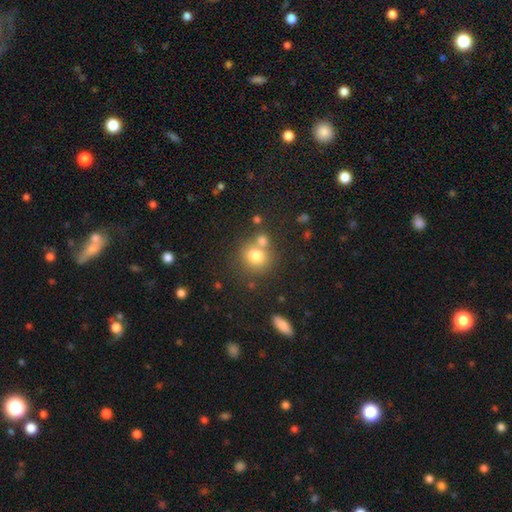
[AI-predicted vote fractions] Smooth or featured? smooth (76%)
How rounded? round (81%)
Merging? none (59%)